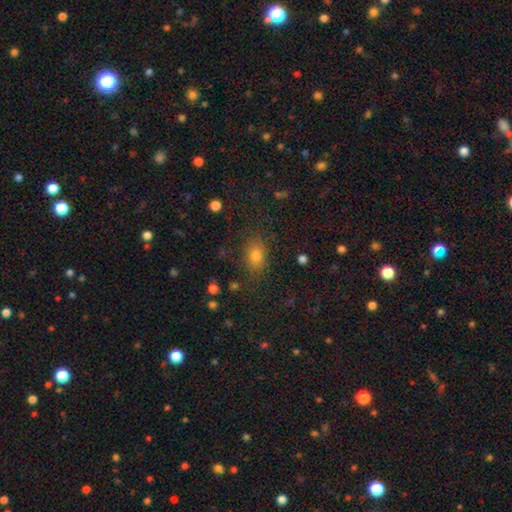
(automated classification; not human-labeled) Q: Smooth or featured?
A: smooth (74%); runner-up: star or artifact (17%)
Q: How rounded?
A: in between (71%); runner-up: round (26%)
Q: Merging?
A: none (82%); runner-up: minor disturbance (12%)